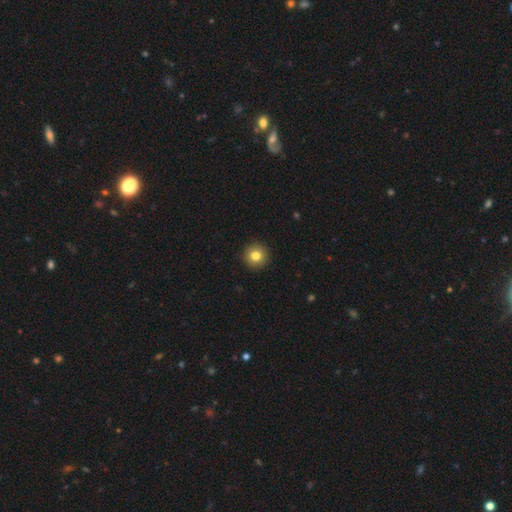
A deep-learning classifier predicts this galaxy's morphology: Smooth or featured? Predicted: smooth (p=0.81). How rounded? Predicted: round (p=0.96). Merging? Predicted: none (p=0.93).